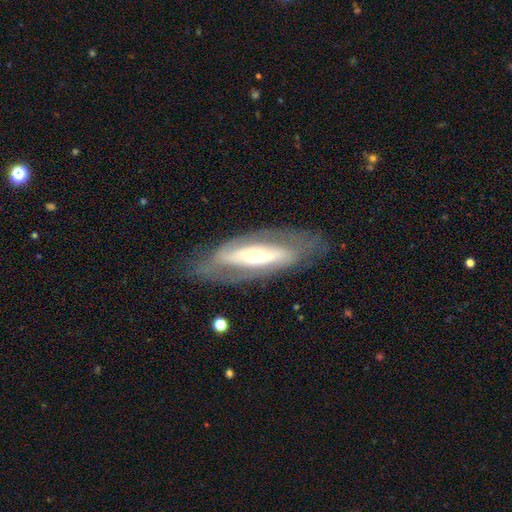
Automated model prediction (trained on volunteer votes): Smooth or featured: featured or disk — 73% (smooth — 21%)
Edge-on disk: no — 79% (yes — 21%)
Bar: strong — 40% (no — 39%)
Spiral arms: yes — 58% (no — 42%)
Bulge size: moderate — 49% (small — 36%)
Merging: none — 75% (minor disturbance — 15%)